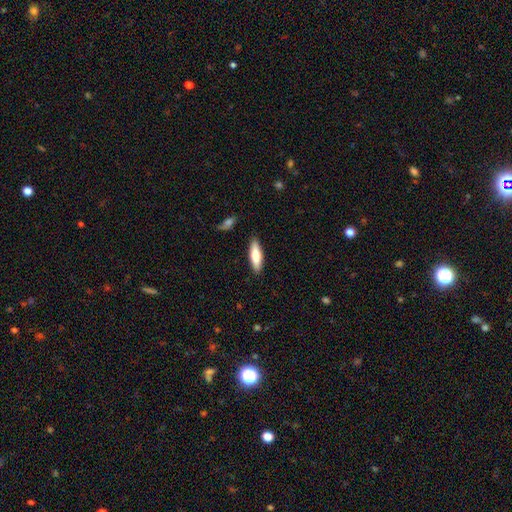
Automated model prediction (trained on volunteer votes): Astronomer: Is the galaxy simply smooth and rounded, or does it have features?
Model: smooth — 67%.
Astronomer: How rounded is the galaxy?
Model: cigar-shaped — 54% (runner-up: in between, 44%).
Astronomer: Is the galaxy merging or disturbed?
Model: none — 89%.